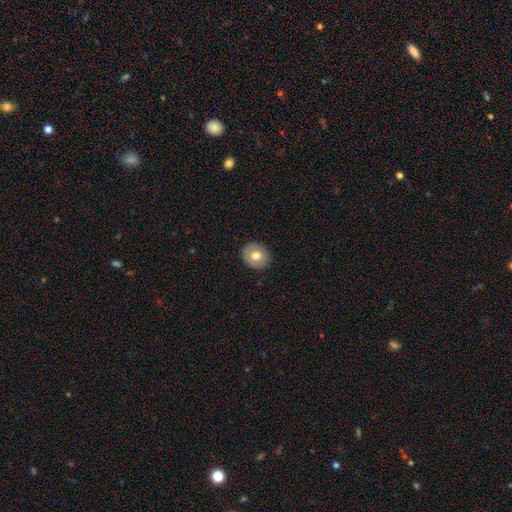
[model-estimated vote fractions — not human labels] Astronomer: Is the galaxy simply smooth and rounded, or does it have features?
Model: smooth — 69%.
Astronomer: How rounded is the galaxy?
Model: round — 76%.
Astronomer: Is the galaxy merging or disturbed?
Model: none — 89%.